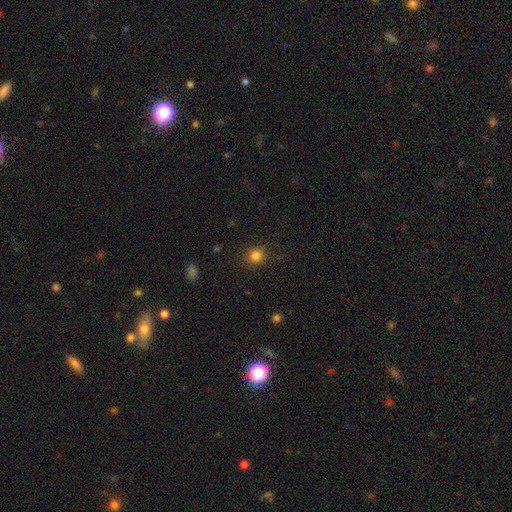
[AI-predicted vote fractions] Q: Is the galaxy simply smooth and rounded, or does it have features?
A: smooth — 83%.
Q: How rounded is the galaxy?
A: round — 87%.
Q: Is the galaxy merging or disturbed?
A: none — 89%.